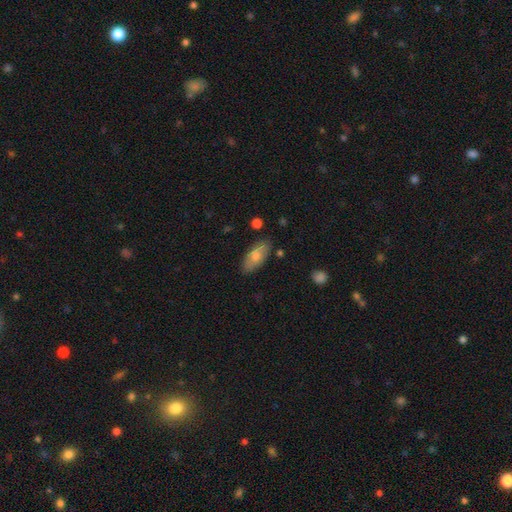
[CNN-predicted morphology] Smooth or featured?
  - smooth: 70% *
  - featured or disk: 23%
  - star or artifact: 7%
How rounded?
  - in between: 87% *
  - cigar-shaped: 10%
  - round: 3%
Merging?
  - none: 84% *
  - minor disturbance: 12%
  - major disturbance: 2%
  - merger: 2%